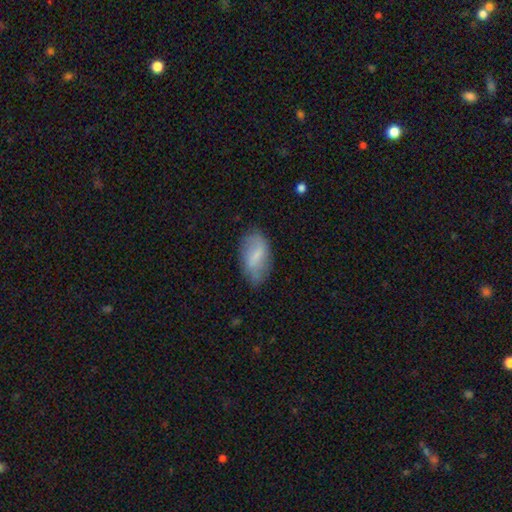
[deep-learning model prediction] The model was most divided on "smooth or featured": smooth: 60%, featured or disk: 33%, star or artifact: 7%. More confident: how rounded — in between (92%); merging — none (68%).